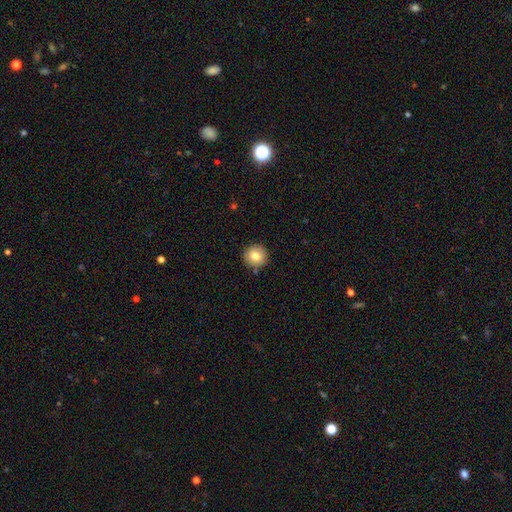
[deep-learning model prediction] Smooth or featured?
  - smooth: 81% *
  - featured or disk: 10%
  - star or artifact: 9%
How rounded?
  - round: 94% *
  - in between: 5%
  - cigar-shaped: 1%
Merging?
  - none: 89% *
  - minor disturbance: 7%
  - merger: 2%
  - major disturbance: 2%